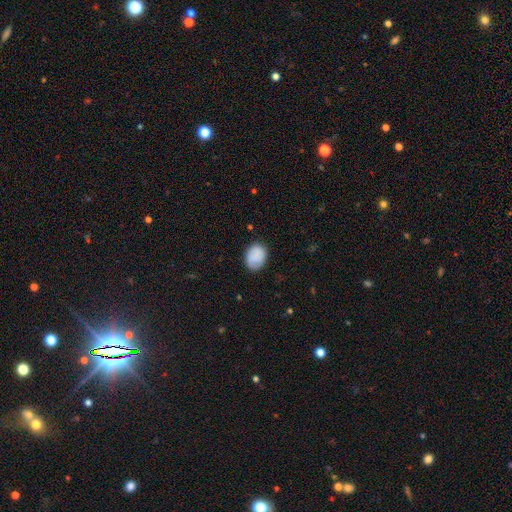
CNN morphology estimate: The model was most divided on "how rounded": in between: 64%, round: 35%, cigar-shaped: 1%. More confident: smooth or featured — smooth (81%); merging — none (79%).